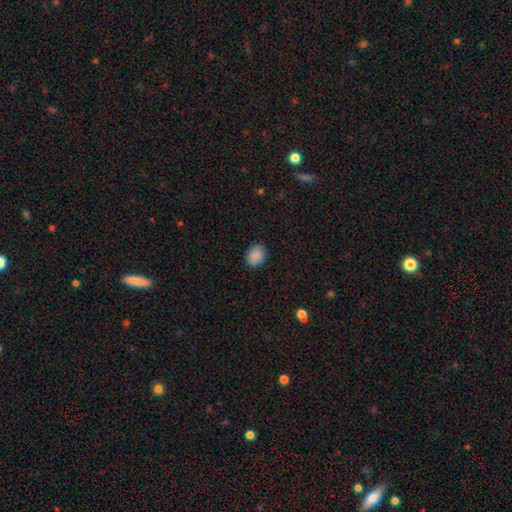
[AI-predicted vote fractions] This appears to be a smooth galaxy with no disk features (88%) that is in between round and cigar-shaped (58%). Merging: none (86%).